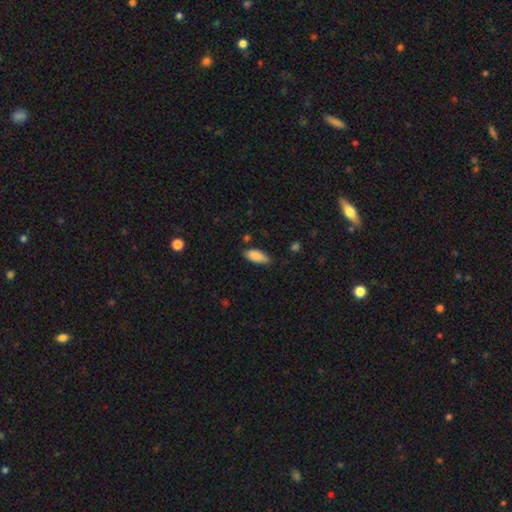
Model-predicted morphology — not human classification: A smooth galaxy with no disk features (87%) that is in between round and cigar-shaped (83%).

Vote fractions:
- Smooth or featured? smooth: 87% / featured or disk: 7% / star or artifact: 7%
- How rounded? in between: 83% / cigar-shaped: 15% / round: 2%
- Merging? none: 75% / minor disturbance: 20% / major disturbance: 3% / merger: 2%